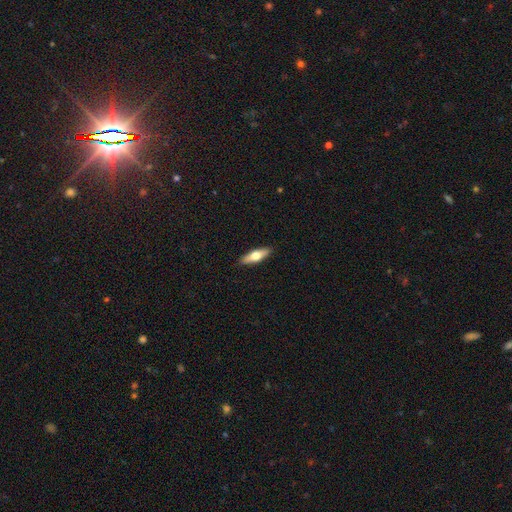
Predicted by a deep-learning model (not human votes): Morphology: type=smooth (54%); roundness=cigar-shaped (55%); merging=none (91%).